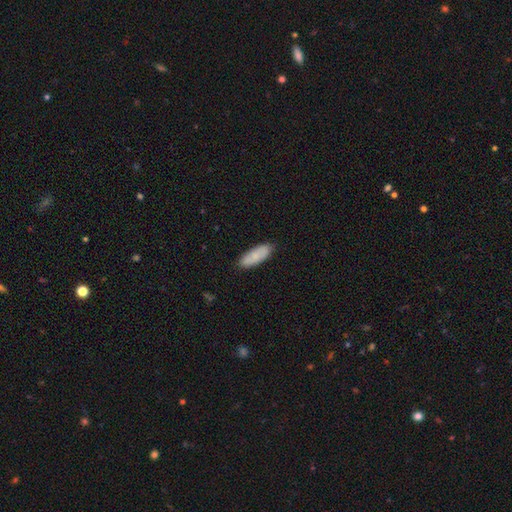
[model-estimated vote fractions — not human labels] smooth 79%, featured or disk 15%, star or artifact 6%. Down the decision tree: how rounded — in between (72%); merging — none (86%).